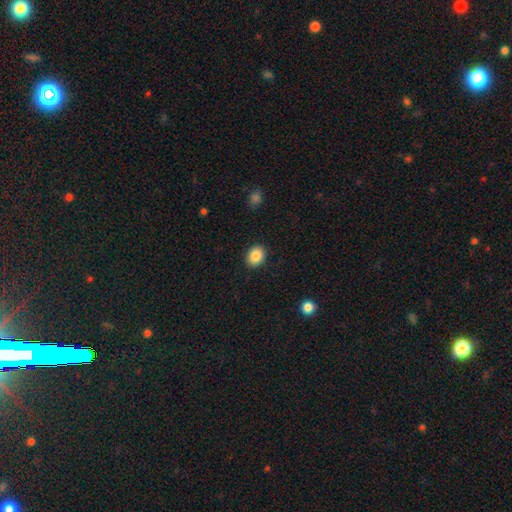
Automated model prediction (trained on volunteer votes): Smooth or featured? smooth (87%)
How rounded? in between (52%)
Merging? none (90%)